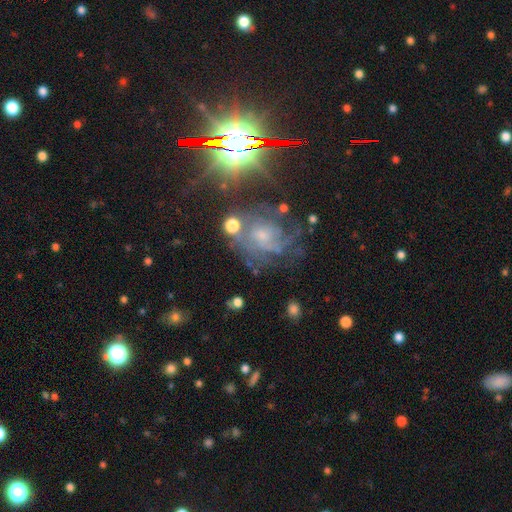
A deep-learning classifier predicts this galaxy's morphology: Smooth or featured? featured or disk (65%)
Edge-on disk? no (96%)
Bar? no (72%)
Spiral arms? yes (81%)
Spiral winding? tight (50%)
Spiral arm count? can't tell (47%)
Bulge size? small (59%)
Merging? none (52%)